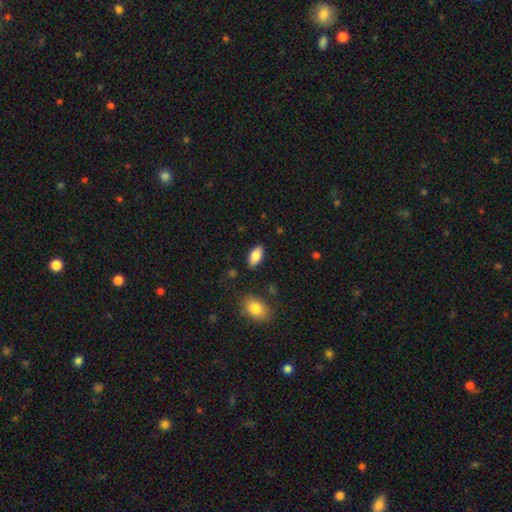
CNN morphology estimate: The model was most divided on "smooth or featured": smooth: 80%, featured or disk: 13%, star or artifact: 7%. More confident: how rounded — in between (91%); merging — none (86%).